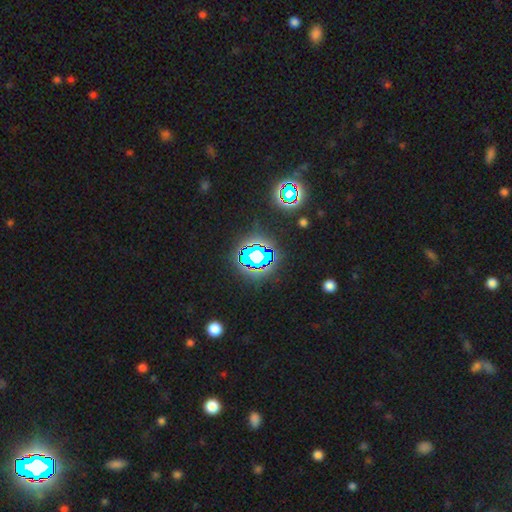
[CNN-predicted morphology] Smooth or featured? star or artifact (69%)